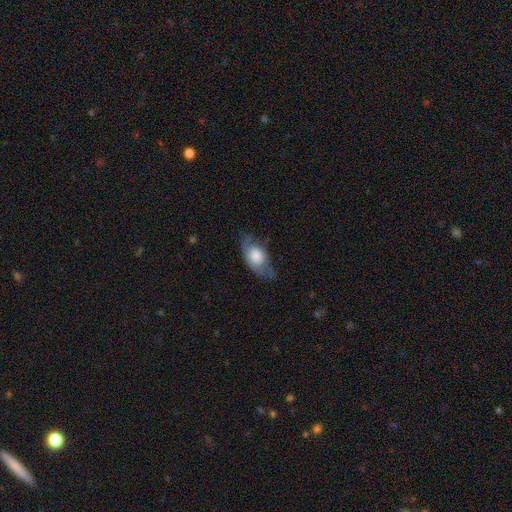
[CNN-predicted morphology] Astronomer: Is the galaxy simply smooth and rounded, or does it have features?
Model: smooth — 50% (runner-up: featured or disk, 43%).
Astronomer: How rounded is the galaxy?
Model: in between — 87%.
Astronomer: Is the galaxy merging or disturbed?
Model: none — 60%.